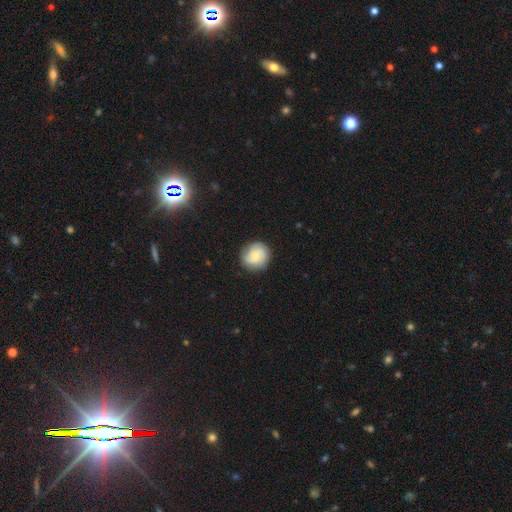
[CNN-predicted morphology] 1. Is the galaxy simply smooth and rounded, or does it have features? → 56% featured or disk, 37% smooth, 8% star or artifact.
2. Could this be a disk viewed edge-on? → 98% no, 2% yes.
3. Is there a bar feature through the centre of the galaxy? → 71% no, 25% weak, 4% strong.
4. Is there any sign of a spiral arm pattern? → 92% yes, 8% no.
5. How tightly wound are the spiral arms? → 54% tight, 35% medium, 11% loose.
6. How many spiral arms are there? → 34% 3, 30% 2, 21% can't tell, 6% 4, 5% 1, 4% more than 4.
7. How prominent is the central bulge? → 62% small, 30% moderate, 4% none, 2% large, 1% dominant.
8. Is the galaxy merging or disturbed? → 83% none, 12% minor disturbance, 3% major disturbance, 1% merger.